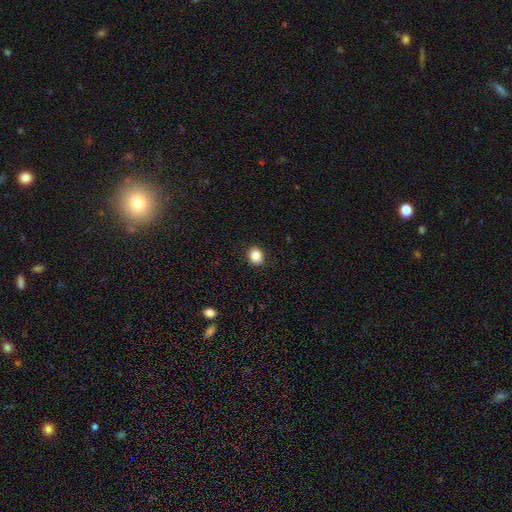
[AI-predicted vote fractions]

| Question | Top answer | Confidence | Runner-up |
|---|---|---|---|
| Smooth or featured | smooth | 84% | star or artifact (10%) |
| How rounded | round | 66% | in between (33%) |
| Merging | none | 90% | minor disturbance (7%) |